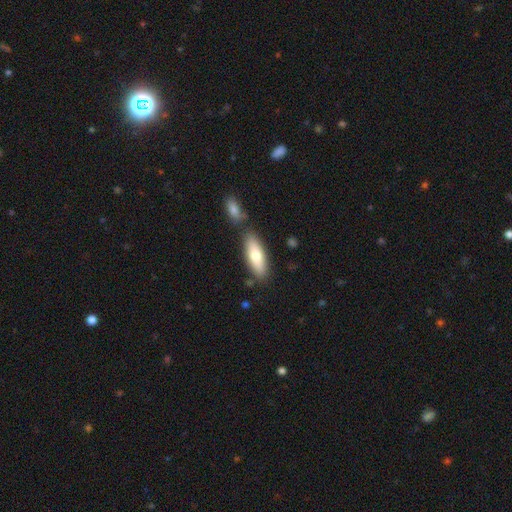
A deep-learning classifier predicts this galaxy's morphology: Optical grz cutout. It shows a smooth galaxy with no disk features (71%) that is in between round and cigar-shaped (58%). Merging: none (76%).